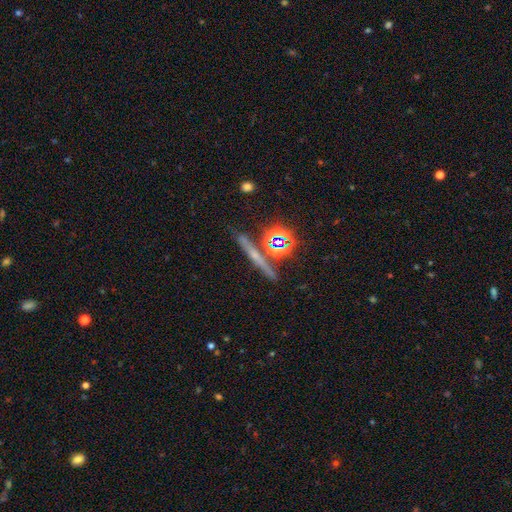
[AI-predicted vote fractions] smooth-or-featured: featured or disk: 38% | star or artifact: 33% | smooth: 29%
  merging: none: 80% | minor disturbance: 8% | merger: 8% | major disturbance: 3%